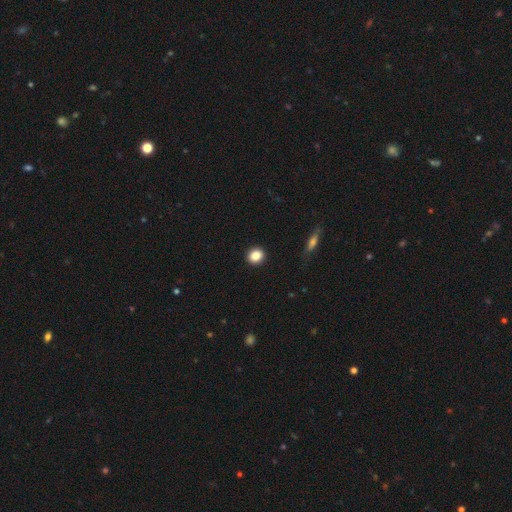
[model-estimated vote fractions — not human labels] Smooth or featured?
  - smooth: 86% *
  - star or artifact: 10%
  - featured or disk: 5%
How rounded?
  - round: 82% *
  - in between: 17%
  - cigar-shaped: 1%
Merging?
  - none: 92% *
  - minor disturbance: 5%
  - major disturbance: 2%
  - merger: 1%